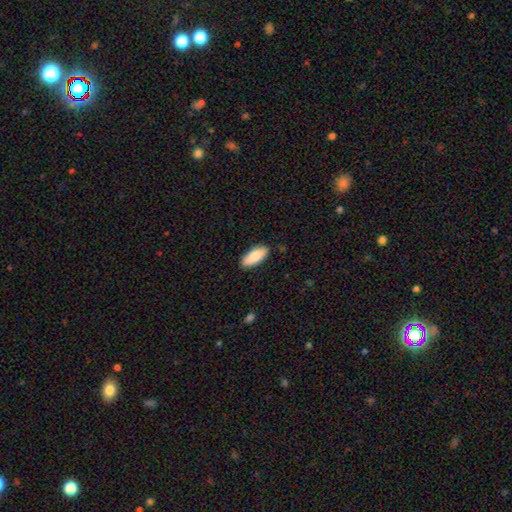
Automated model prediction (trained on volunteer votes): Overall: smooth (86%). How rounded: in between (82%). Merging: none (86%).